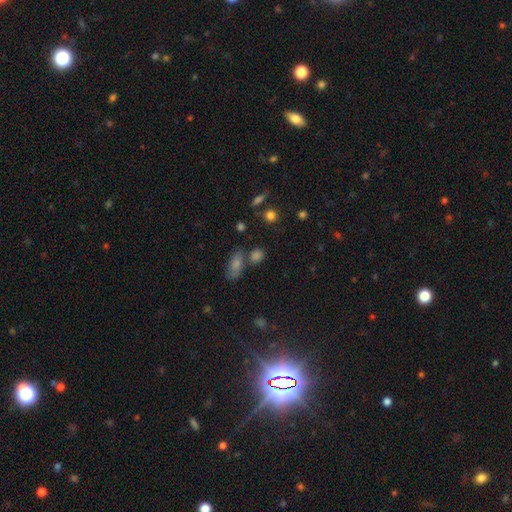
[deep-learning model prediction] The model was most divided on "how rounded": round: 49%, in between: 43%, cigar-shaped: 8%. More confident: smooth or featured — smooth (68%); merging — none (65%).